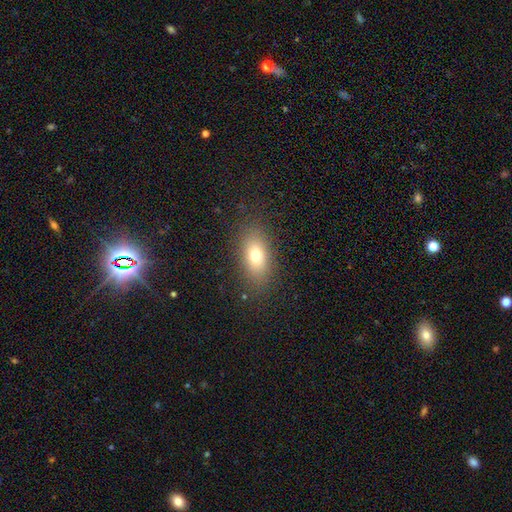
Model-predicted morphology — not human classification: This is likely a smooth galaxy (74%). How rounded: clearly in between (82%). Merging: clearly none (84%).